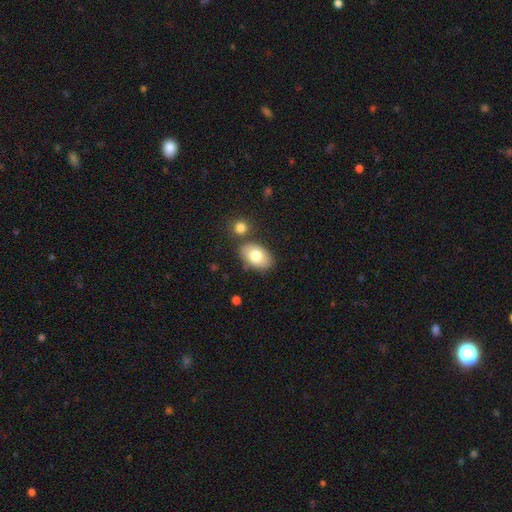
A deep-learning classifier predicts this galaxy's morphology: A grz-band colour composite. It shows a smooth galaxy with no disk features (78%) that is in between round and cigar-shaped (91%). Merging: none (74%).